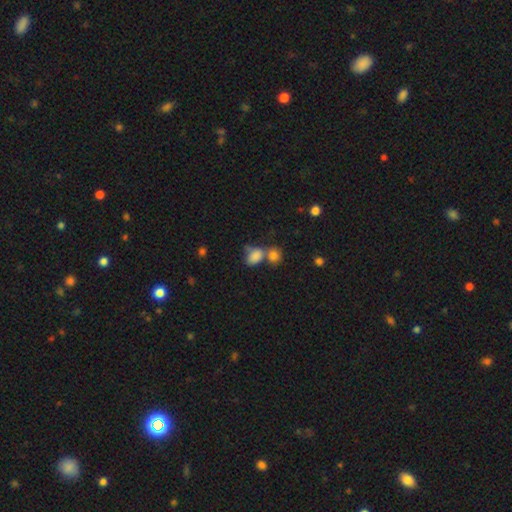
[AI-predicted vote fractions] A smooth galaxy with no disk features (82%) that is in between round and cigar-shaped (75%).

Vote fractions:
- Smooth or featured? smooth: 82% / star or artifact: 10% / featured or disk: 8%
- How rounded? in between: 75% / round: 23% / cigar-shaped: 2%
- Merging? merger: 51% / none: 27% / minor disturbance: 14% / major disturbance: 8%